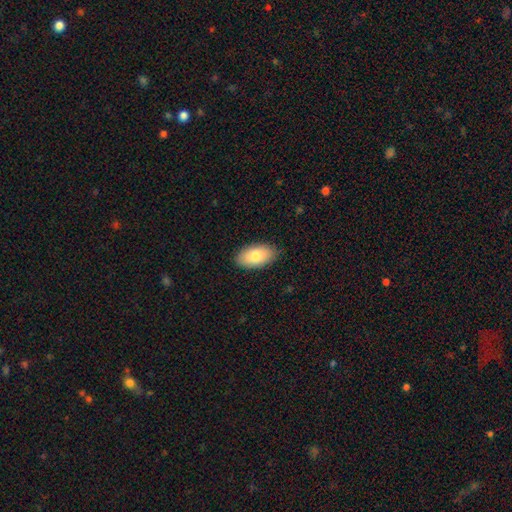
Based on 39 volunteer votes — Smooth or featured? 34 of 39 (87%) said smooth. How rounded? 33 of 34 (97%) said in between. Merging? 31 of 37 (84%) said none.